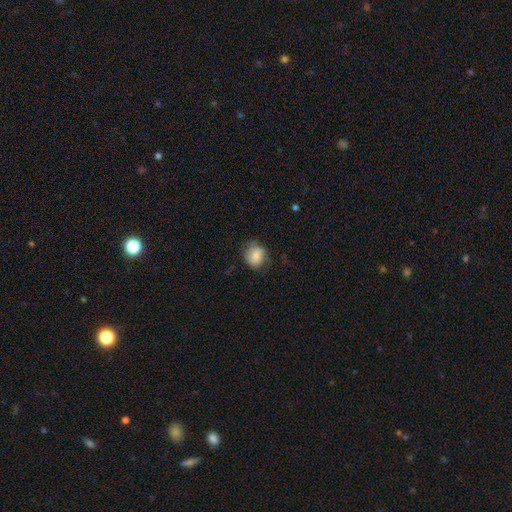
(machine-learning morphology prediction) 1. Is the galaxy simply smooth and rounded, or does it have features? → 78% smooth, 14% featured or disk, 8% star or artifact.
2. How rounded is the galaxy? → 70% round, 29% in between, 1% cigar-shaped.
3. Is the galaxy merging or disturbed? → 68% none, 24% minor disturbance, 7% major disturbance, 1% merger.